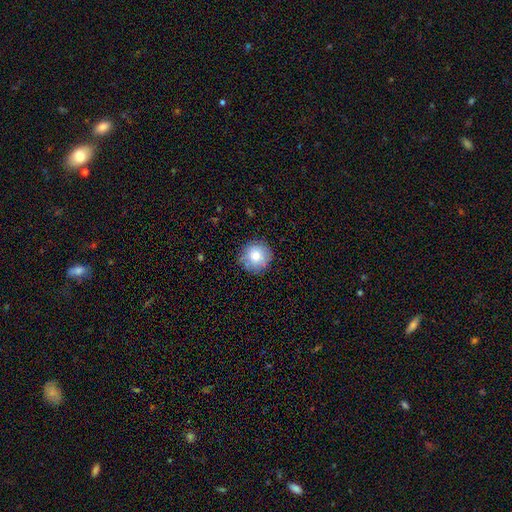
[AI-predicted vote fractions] smooth_or_featured: smooth (p=0.75) [alt: featured or disk p=0.14]
how_rounded: round (p=0.94) [alt: in between p=0.05]
merging: none (p=0.82) [alt: minor disturbance p=0.13]